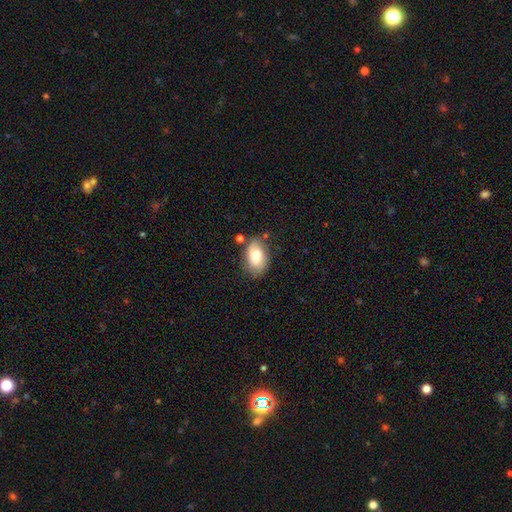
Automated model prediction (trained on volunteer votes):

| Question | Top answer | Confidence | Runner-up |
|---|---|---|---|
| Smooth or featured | smooth | 78% | featured or disk (15%) |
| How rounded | in between | 91% | round (8%) |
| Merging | none | 68% | minor disturbance (21%) |